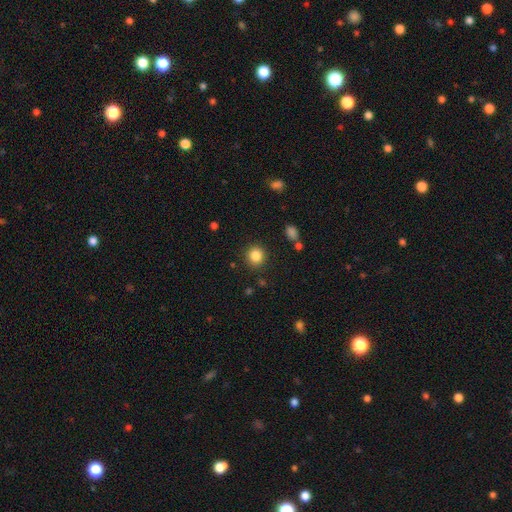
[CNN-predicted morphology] This appears to be a smooth galaxy with no disk features (84%) that is round (90%). Merging: none (89%).